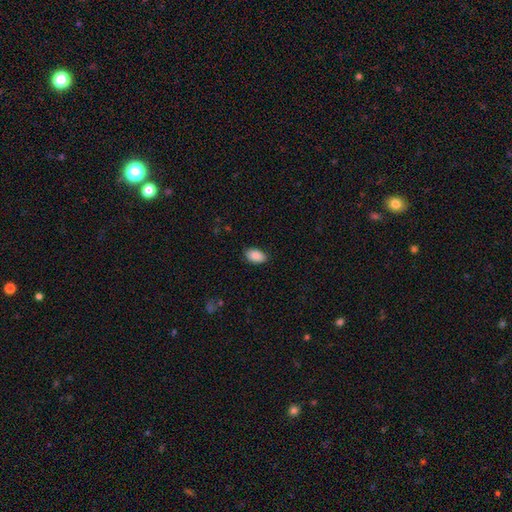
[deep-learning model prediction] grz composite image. It shows a smooth galaxy with no disk features (90%) that is in between round and cigar-shaped (92%). Merging: none (83%).